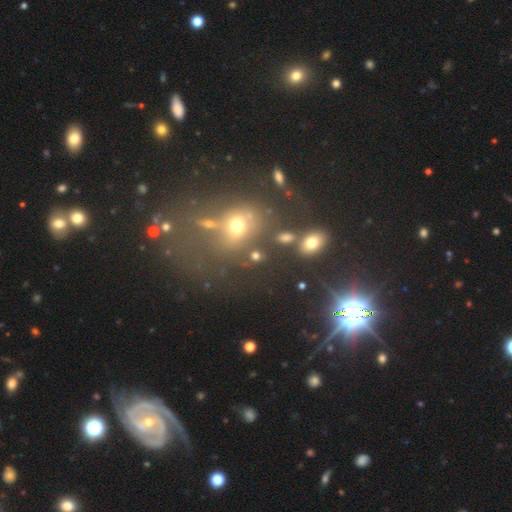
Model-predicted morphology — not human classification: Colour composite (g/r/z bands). It shows a smooth galaxy with no disk features (65%) that is round (50%). Merging: none (65%).